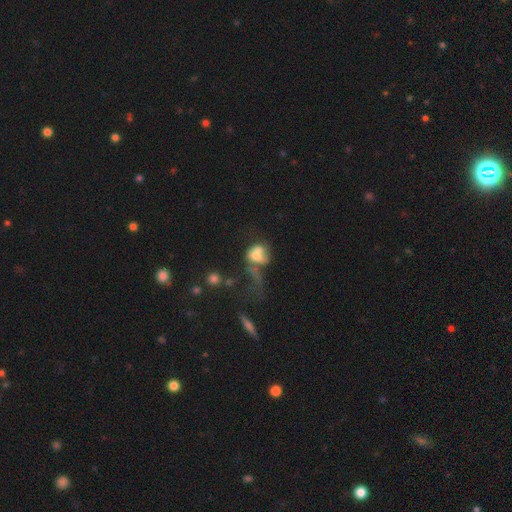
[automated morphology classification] Smooth or featured: smooth — 53% (featured or disk — 35%)
How rounded: in between — 56% (round — 42%)
Merging: major disturbance — 43% (merger — 33%)